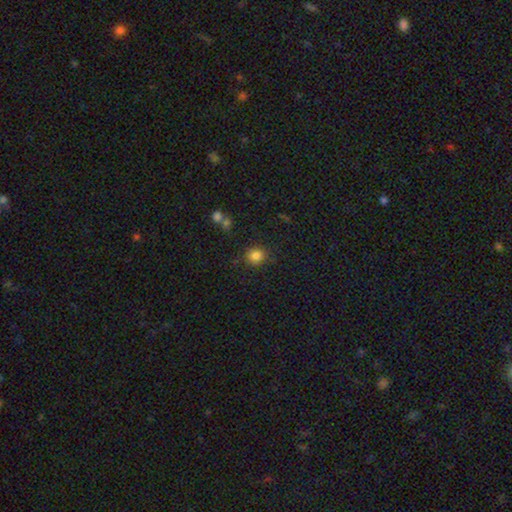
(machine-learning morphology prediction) Q: Smooth or featured?
A: smooth (83%); runner-up: star or artifact (12%)
Q: How rounded?
A: round (83%); runner-up: in between (16%)
Q: Merging?
A: none (83%); runner-up: minor disturbance (11%)